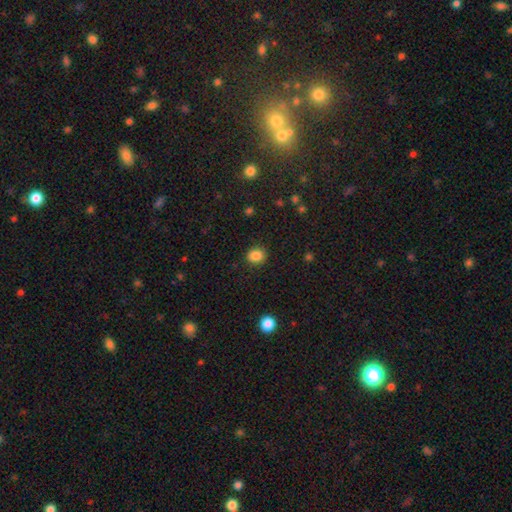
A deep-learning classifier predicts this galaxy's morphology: type=smooth (86%); roundness=round (77%); merging=none (89%).